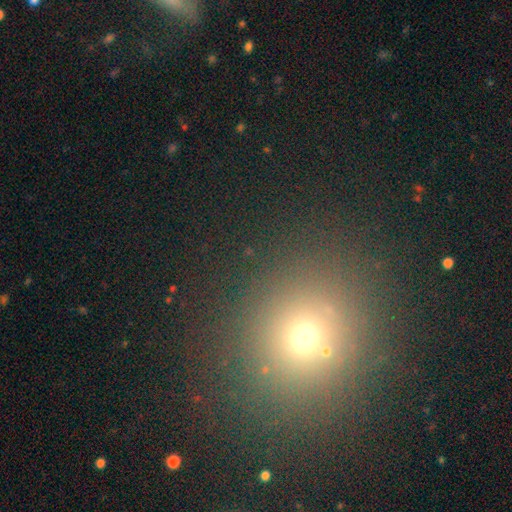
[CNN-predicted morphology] smooth 56%, star or artifact 34%, featured or disk 10%. Down the decision tree: how rounded — round (86%); merging — none (80%).